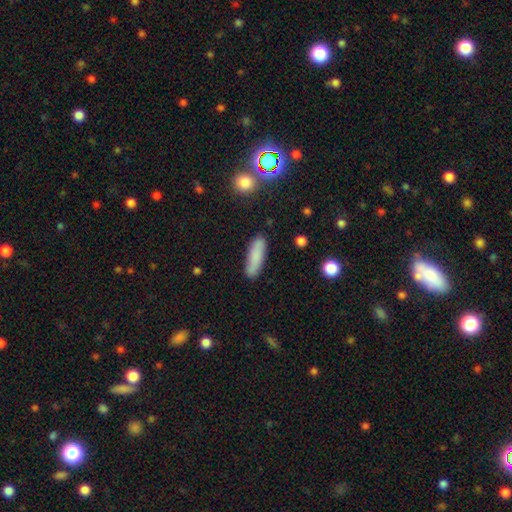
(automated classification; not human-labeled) Q: Smooth or featured?
A: smooth (80%); runner-up: featured or disk (12%)
Q: How rounded?
A: cigar-shaped (61%); runner-up: in between (37%)
Q: Merging?
A: none (85%); runner-up: minor disturbance (11%)